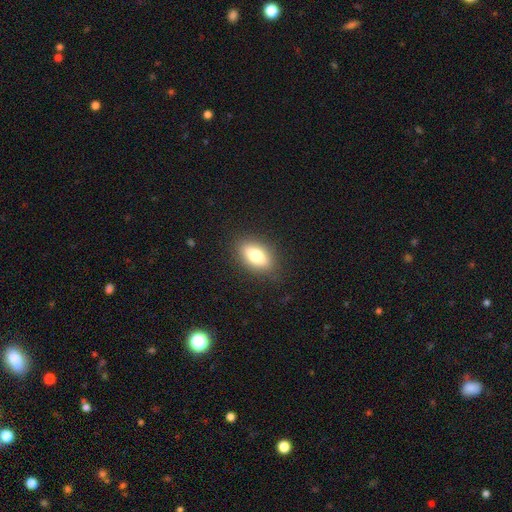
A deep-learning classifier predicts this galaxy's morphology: Smooth or featured? Predicted: smooth (p=0.76). How rounded? Predicted: in between (p=0.85). Merging? Predicted: none (p=0.86).